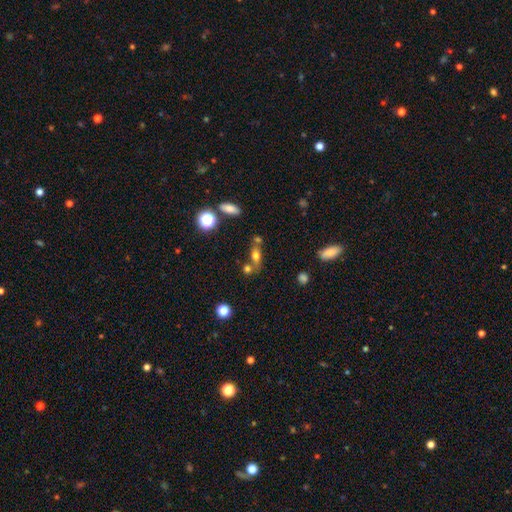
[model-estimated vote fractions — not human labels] Smooth or featured: smooth — 65% (featured or disk — 21%)
How rounded: in between — 60% (round — 23%)
Merging: none — 49% (merger — 32%)